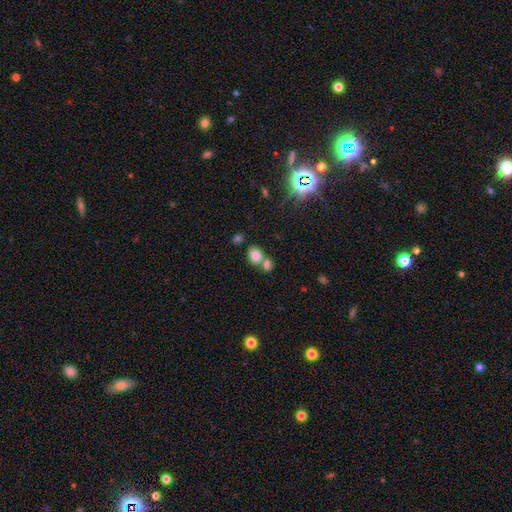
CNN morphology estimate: smooth_or_featured: smooth (p=0.81) [alt: star or artifact p=0.11]
how_rounded: in between (p=0.57) [alt: round p=0.42]
merging: merger (p=0.46) [alt: none p=0.42]